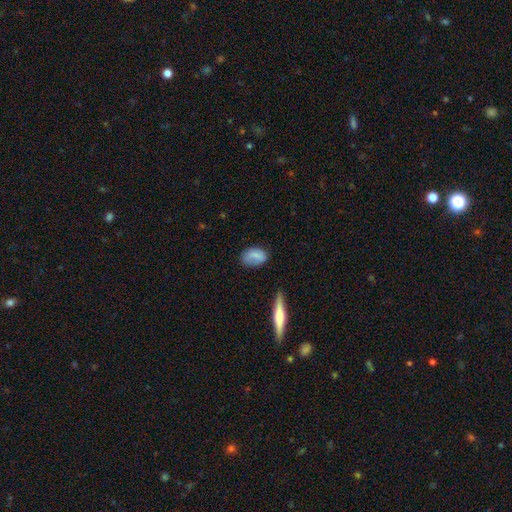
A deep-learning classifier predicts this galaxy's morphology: A smooth galaxy with no disk features (77%) that is in between round and cigar-shaped (88%).

Vote fractions:
- Smooth or featured? smooth: 77% / featured or disk: 15% / star or artifact: 8%
- How rounded? in between: 88% / round: 10% / cigar-shaped: 3%
- Merging? none: 63% / minor disturbance: 28% / major disturbance: 6% / merger: 3%